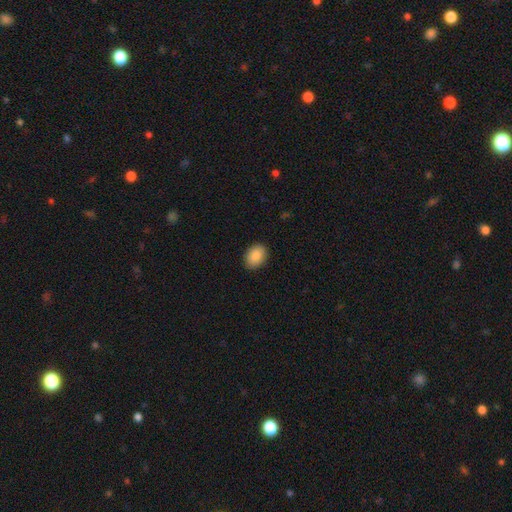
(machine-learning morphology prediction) smooth 88%, star or artifact 7%, featured or disk 5%. Down the decision tree: how rounded — in between (73%); merging — none (88%).